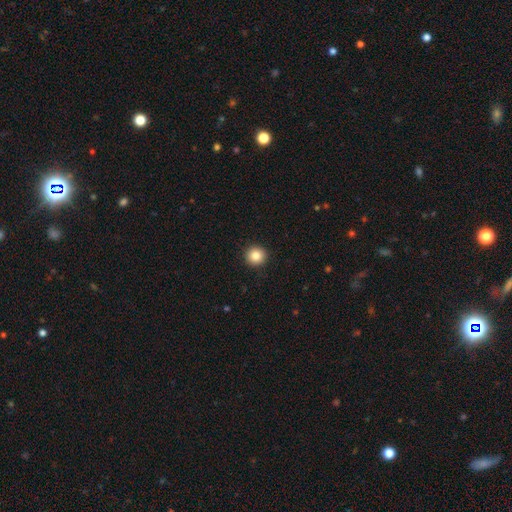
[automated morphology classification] This appears to be a smooth galaxy with no disk features (85%) that is round (94%). Merging: none (93%).